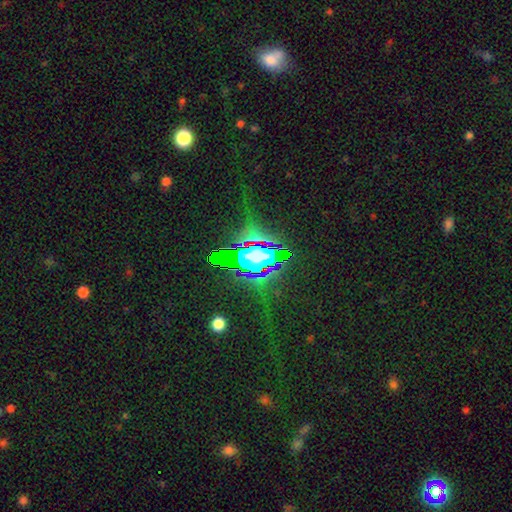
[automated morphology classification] Smooth or featured: star or artifact — 63% (smooth — 20%)